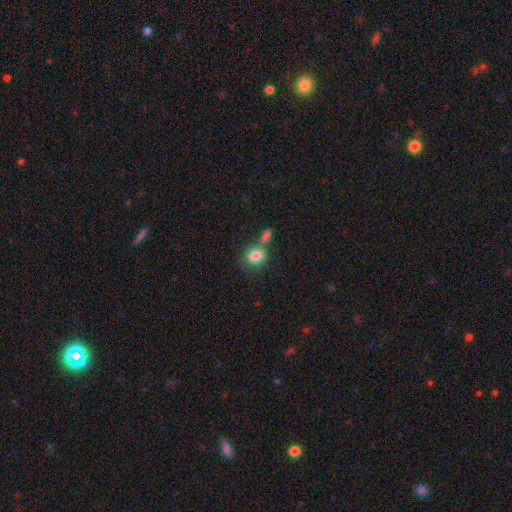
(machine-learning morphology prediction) smooth 82%, featured or disk 10%, star or artifact 9%. Down the decision tree: how rounded — in between (62%); merging — none (47%).